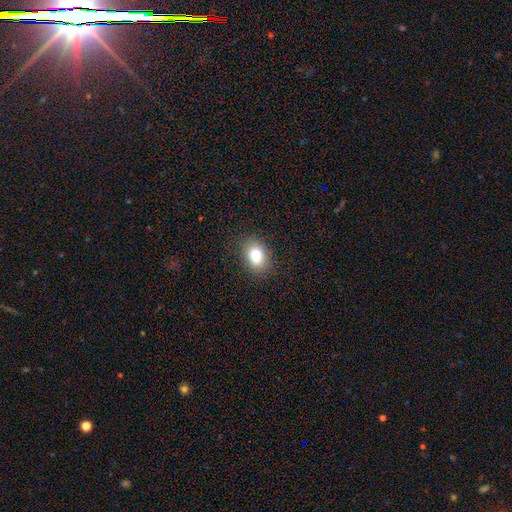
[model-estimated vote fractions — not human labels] Smooth or featured? Predicted: smooth (p=0.83). How rounded? Predicted: in between (p=0.77). Merging? Predicted: none (p=0.85).